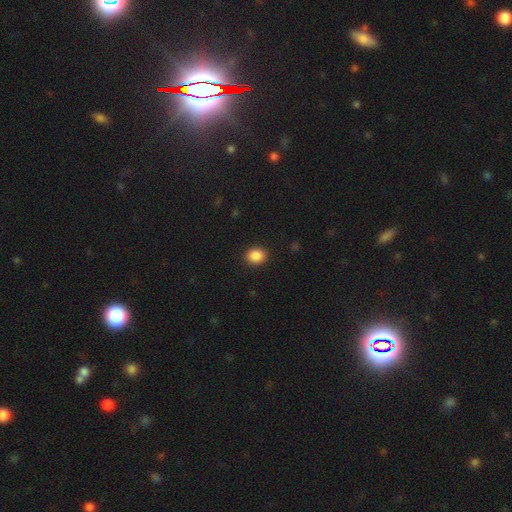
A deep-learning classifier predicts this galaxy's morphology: Smooth or featured? Predicted: smooth (p=0.88). How rounded? Predicted: round (p=0.55). Merging? Predicted: none (p=0.91).